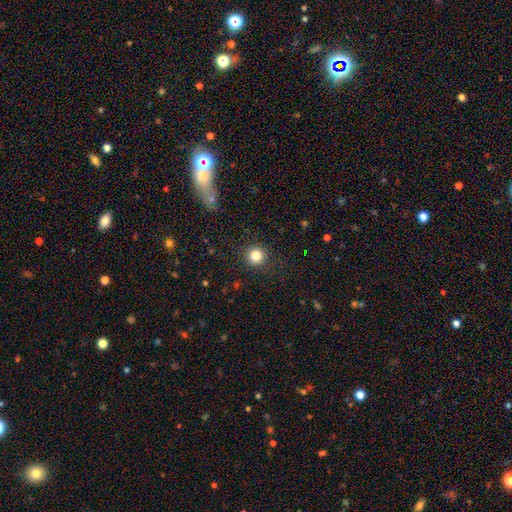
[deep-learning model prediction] smooth_or_featured: smooth (p=0.83) [alt: star or artifact p=0.12]
how_rounded: round (p=0.94) [alt: in between p=0.05]
merging: none (p=0.92) [alt: minor disturbance p=0.05]